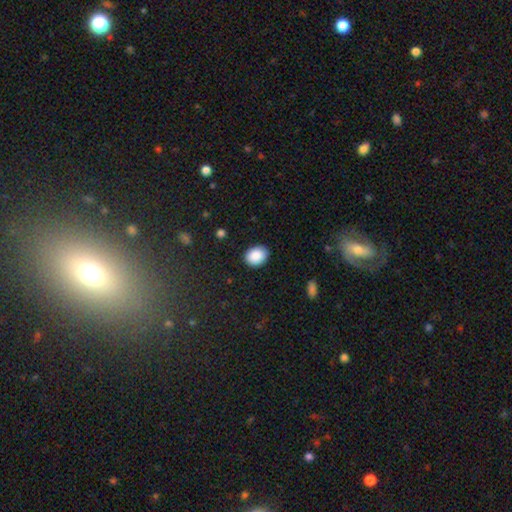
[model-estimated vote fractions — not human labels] A smooth galaxy with no disk features (89%) that is in between round and cigar-shaped (62%). Merging: none (88%).